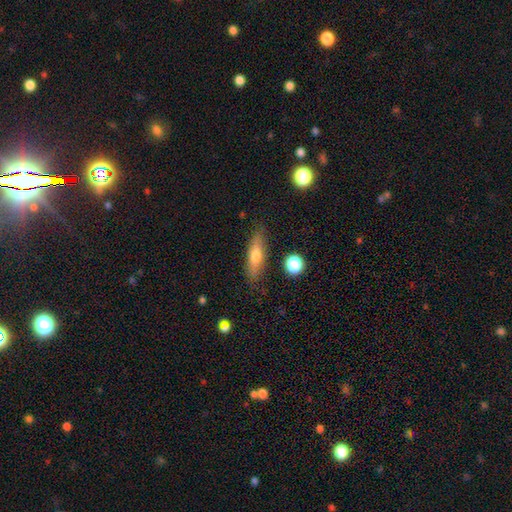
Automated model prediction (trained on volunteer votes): Smooth or featured: smooth — 63% (featured or disk — 30%)
How rounded: cigar-shaped — 62% (in between — 35%)
Merging: none — 82% (minor disturbance — 13%)